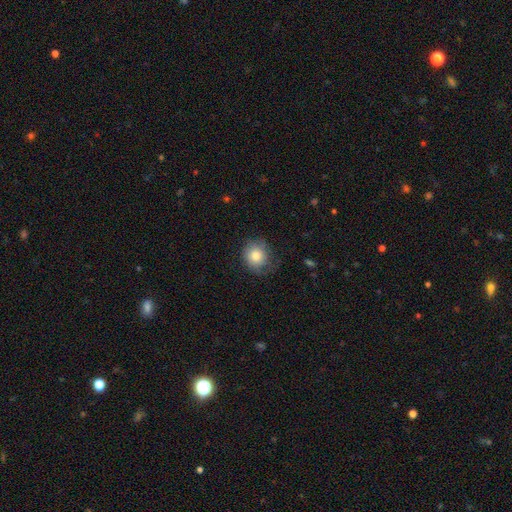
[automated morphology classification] The model was most divided on "merging": none: 61%, minor disturbance: 26%, major disturbance: 11%, merger: 1%. More confident: how rounded — round (80%); smooth or featured — smooth (77%).